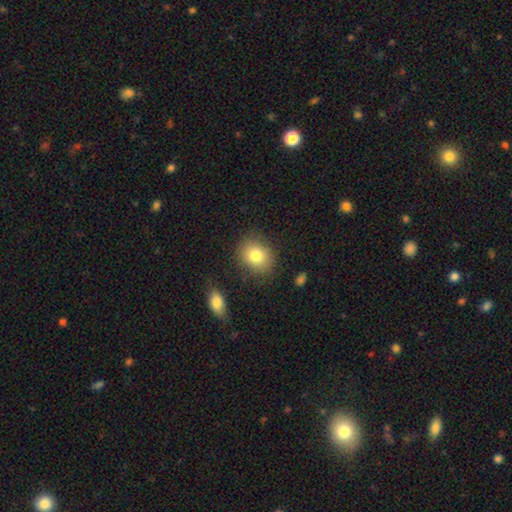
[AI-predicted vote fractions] Smooth or featured: smooth — 79% (featured or disk — 11%)
How rounded: round — 60% (in between — 39%)
Merging: none — 81% (minor disturbance — 12%)